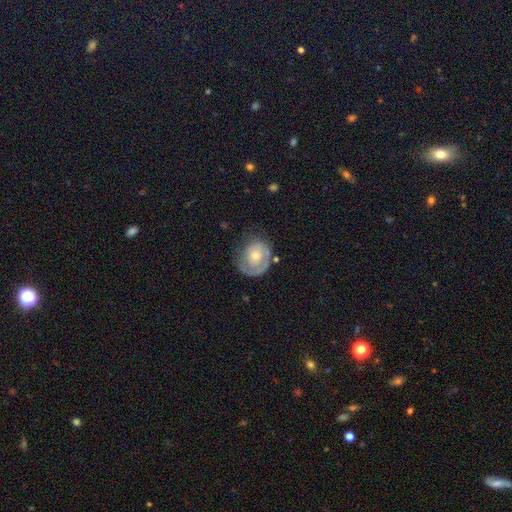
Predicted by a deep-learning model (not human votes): The model was most divided on "bulge size": small: 49%, moderate: 43%, large: 4%, none: 3%, dominant: 1%. More confident: edge-on disk — no (97%); bar — no (85%); spiral arms — yes (58%); merging — none (54%); smooth or featured — featured or disk (53%).